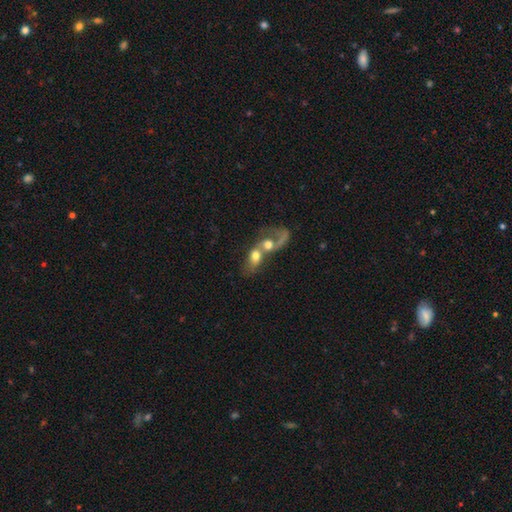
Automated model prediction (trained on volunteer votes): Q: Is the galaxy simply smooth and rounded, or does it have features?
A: smooth — 55%.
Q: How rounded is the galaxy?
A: in between — 64%.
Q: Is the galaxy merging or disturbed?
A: merger — 81%.